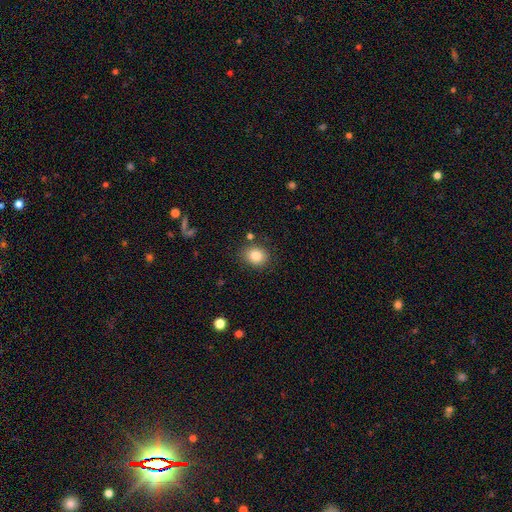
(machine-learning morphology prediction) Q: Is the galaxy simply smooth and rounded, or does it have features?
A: smooth — 84%.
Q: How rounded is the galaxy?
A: round — 67%.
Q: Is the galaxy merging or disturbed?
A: none — 84%.